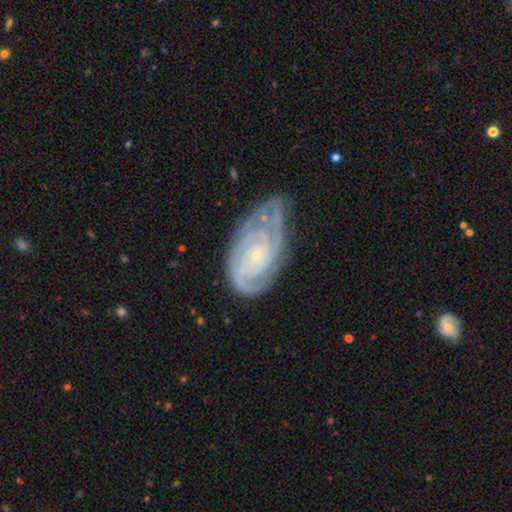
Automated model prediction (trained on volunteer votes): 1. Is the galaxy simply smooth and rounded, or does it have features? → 88% featured or disk, 7% smooth, 5% star or artifact.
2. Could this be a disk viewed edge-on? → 97% no, 3% yes.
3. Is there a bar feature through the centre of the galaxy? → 74% no, 21% weak, 6% strong.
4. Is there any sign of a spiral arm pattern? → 97% yes, 3% no.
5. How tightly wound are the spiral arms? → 69% tight, 26% medium, 5% loose.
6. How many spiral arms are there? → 37% 2, 22% can't tell, 20% 3, 9% 4, 6% 1, 5% more than 4.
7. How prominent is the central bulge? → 86% small, 10% moderate, 2% none, 1% large, 1% dominant.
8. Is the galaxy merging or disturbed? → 59% none, 27% minor disturbance, 12% major disturbance, 2% merger.